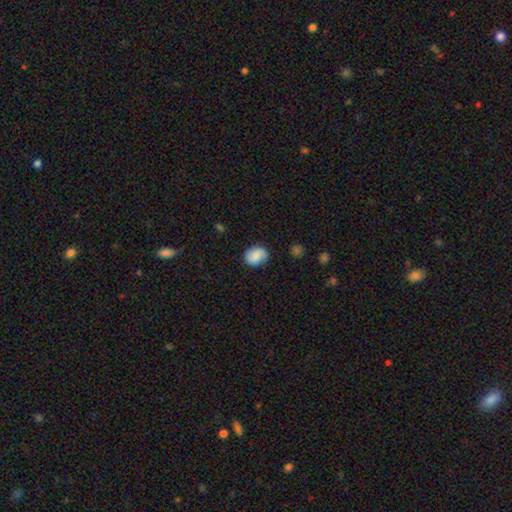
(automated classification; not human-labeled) This is likely a smooth galaxy (66%). How rounded: possibly round (50%). Merging: likely none (76%).